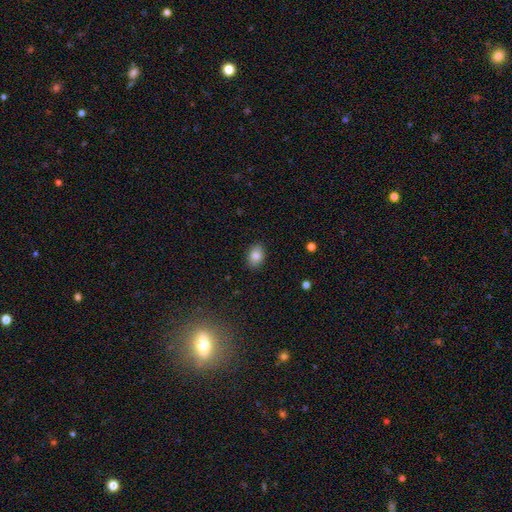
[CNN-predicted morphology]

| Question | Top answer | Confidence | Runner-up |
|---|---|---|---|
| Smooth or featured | smooth | 84% | star or artifact (9%) |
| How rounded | in between | 76% | round (23%) |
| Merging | none | 88% | minor disturbance (9%) |